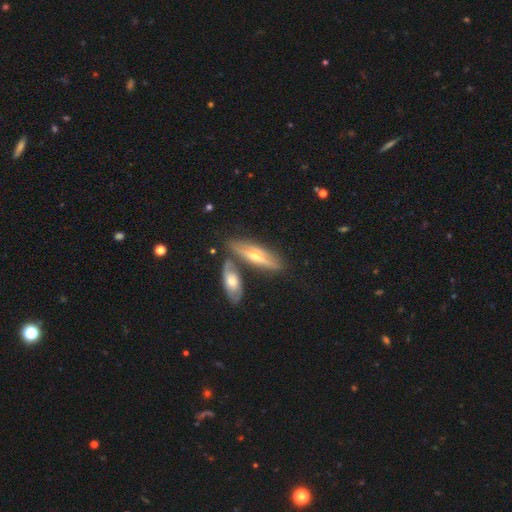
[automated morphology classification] smooth_or_featured: featured or disk (p=0.60) [alt: smooth p=0.34]
disk_edge_on: yes (p=0.73) [alt: no p=0.27]
merging: none (p=0.58) [alt: merger p=0.26]